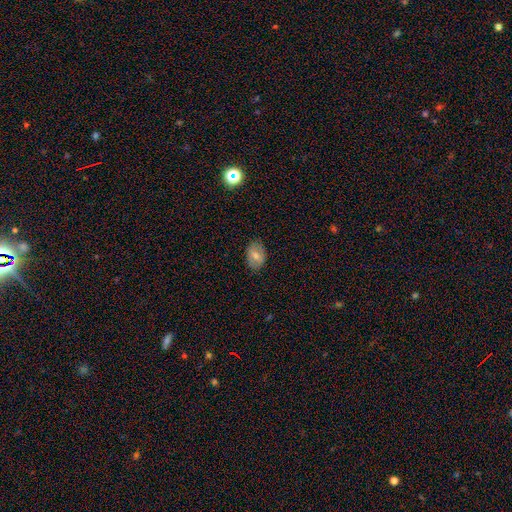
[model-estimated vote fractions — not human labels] This is likely a smooth galaxy (67%). How rounded: clearly in between (84%). Merging: clearly none (82%).